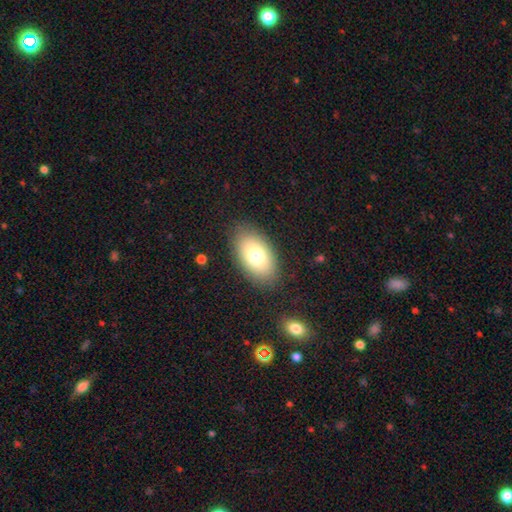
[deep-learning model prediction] smooth_or_featured: smooth (p=0.75) [alt: featured or disk p=0.17]
how_rounded: in between (p=0.92) [alt: round p=0.06]
merging: none (p=0.86) [alt: minor disturbance p=0.10]